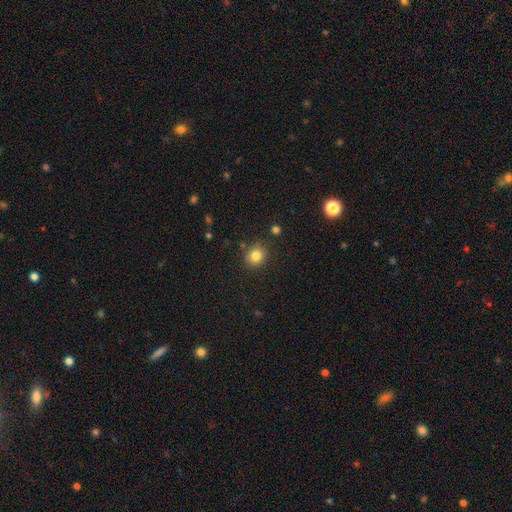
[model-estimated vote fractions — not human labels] The model was most divided on "how rounded": round: 76%, in between: 23%, cigar-shaped: 1%. More confident: merging — none (83%); smooth or featured — smooth (82%).